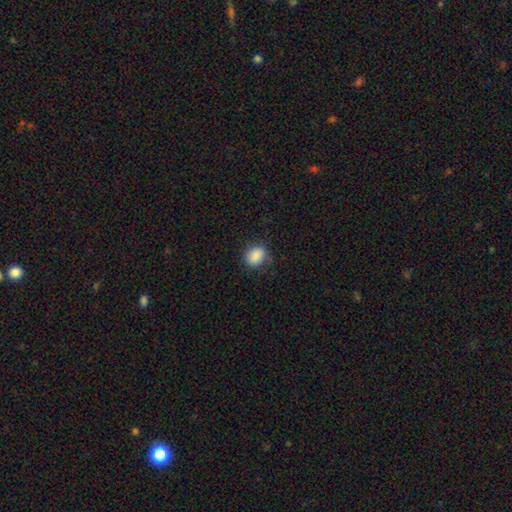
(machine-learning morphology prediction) The model was most divided on "how rounded": in between: 52%, round: 47%, cigar-shaped: 1%. More confident: smooth or featured — smooth (87%); merging — none (76%).